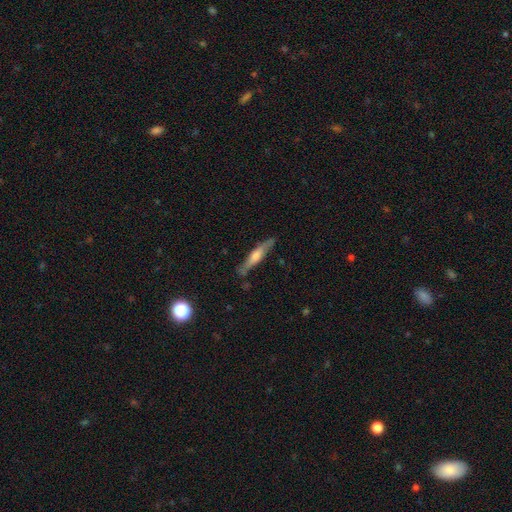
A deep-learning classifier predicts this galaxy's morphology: Smooth or featured: featured or disk — 54% (smooth — 40%)
Edge-on disk: yes — 91% (no — 9%)
Merging: none — 81% (minor disturbance — 14%)